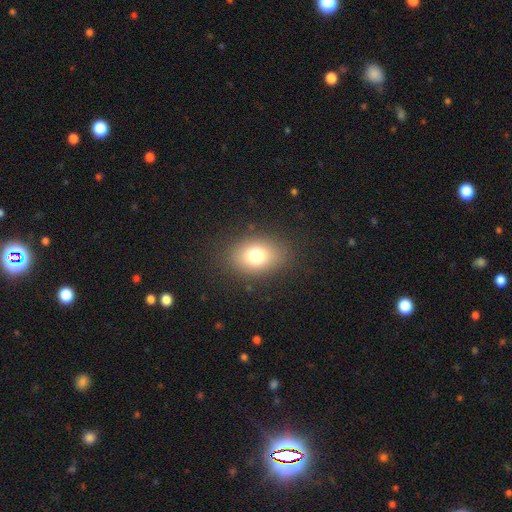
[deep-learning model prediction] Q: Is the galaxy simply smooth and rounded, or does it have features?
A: smooth — 76%.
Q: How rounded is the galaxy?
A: in between — 68%.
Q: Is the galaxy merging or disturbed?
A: none — 84%.